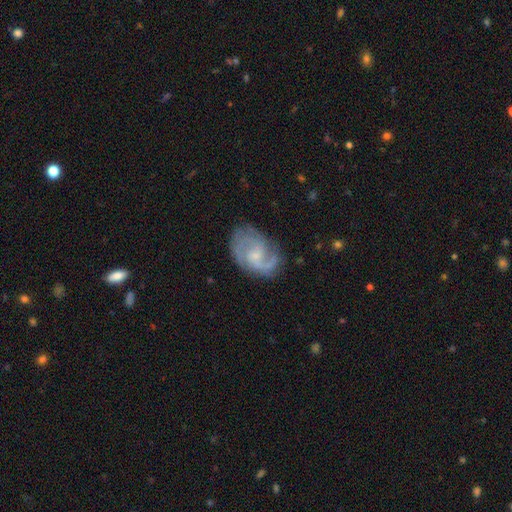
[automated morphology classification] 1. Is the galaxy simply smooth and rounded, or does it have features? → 80% featured or disk, 14% smooth, 6% star or artifact.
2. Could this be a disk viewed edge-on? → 97% no, 3% yes.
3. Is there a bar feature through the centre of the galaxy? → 54% no, 41% weak, 5% strong.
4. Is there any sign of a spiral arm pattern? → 94% yes, 6% no.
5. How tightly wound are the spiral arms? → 47% medium, 30% tight, 23% loose.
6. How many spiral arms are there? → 50% 2, 20% can't tell, 15% 3, 8% 1, 4% 4, 3% more than 4.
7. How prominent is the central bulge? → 59% small, 27% moderate, 11% none, 2% large, 1% dominant.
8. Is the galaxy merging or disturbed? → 66% none, 22% minor disturbance, 11% major disturbance, 2% merger.